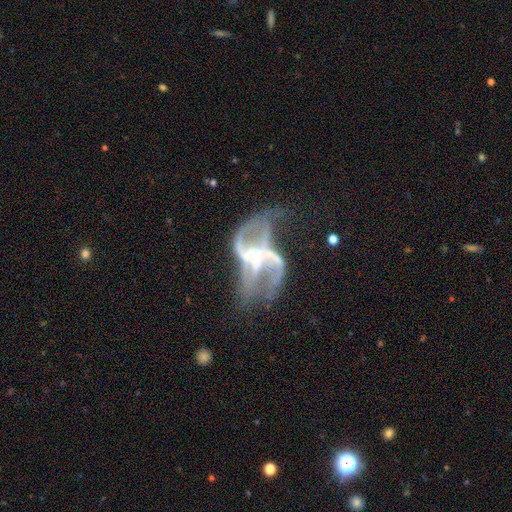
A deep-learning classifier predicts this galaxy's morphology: Smooth or featured?
  - featured or disk: 83% *
  - star or artifact: 10%
  - smooth: 8%
Edge-on disk?
  - no: 94% *
  - yes: 6%
Bar?
  - no: 42% *
  - weak: 36%
  - strong: 23%
Spiral arms?
  - yes: 76% *
  - no: 24%
Spiral winding?
  - loose: 68% *
  - medium: 25%
  - tight: 7%
Spiral arm count?
  - 2: 61% *
  - can't tell: 16%
  - 3: 11%
  - 1: 6%
  - 4: 4%
  - more than 4: 3%
Bulge size?
  - small: 41% *
  - moderate: 28%
  - none: 24%
  - large: 4%
  - dominant: 2%
Merging?
  - major disturbance: 43% *
  - none: 25%
  - merger: 18%
  - minor disturbance: 14%